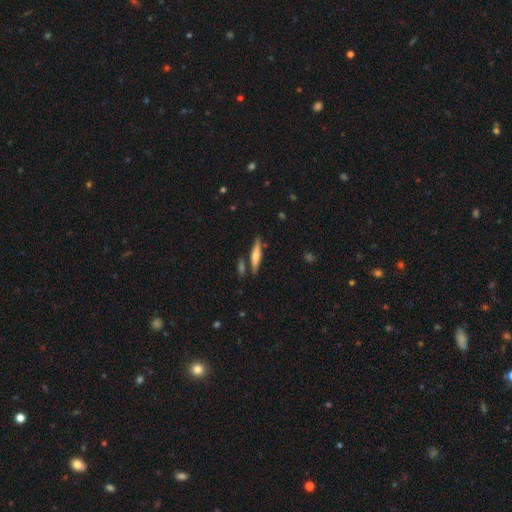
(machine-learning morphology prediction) smooth-or-featured: smooth: 53% | featured or disk: 41% | star or artifact: 6%
  how-rounded: cigar-shaped: 85% | in between: 13% | round: 2%
  merging: none: 80% | minor disturbance: 10% | merger: 7% | major disturbance: 2%